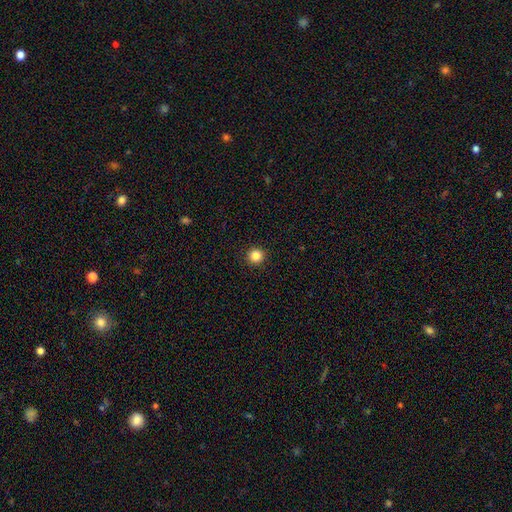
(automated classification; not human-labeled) This appears to be a smooth galaxy with no disk features (85%) that is round (96%). Merging: none (93%).